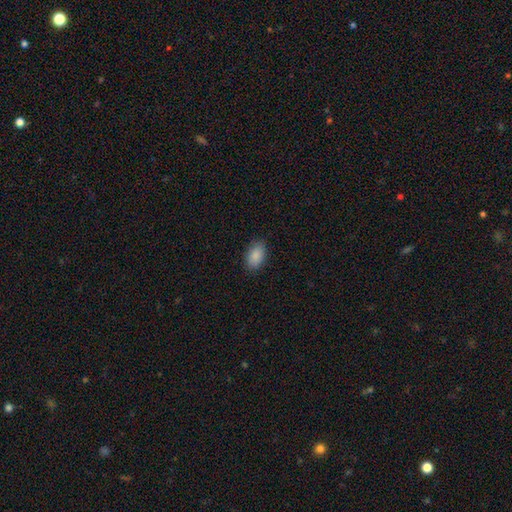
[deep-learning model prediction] This is clearly a smooth galaxy (89%). How rounded: clearly in between (92%). Merging: clearly none (87%).